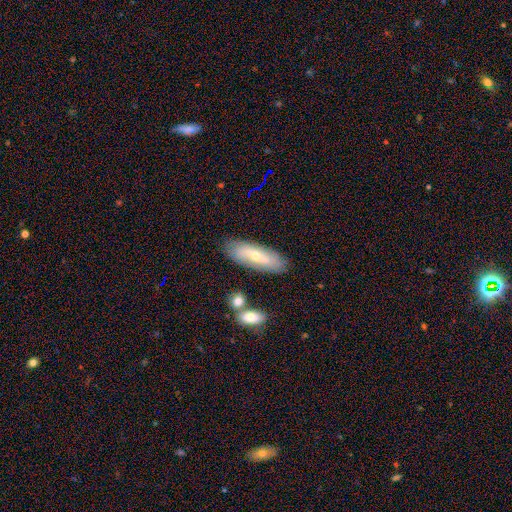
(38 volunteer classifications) This is likely a featured or disk galaxy (61%). It is likely not viewed edge-on (65%). Bar: likely no (67%). Spiral arm pattern: possibly yes (53%). Spiral arm count: likely can't tell (75%). Spiral winding: likely tight (62%). Central bulge: likely small (73%). Merging: clearly none (94%).